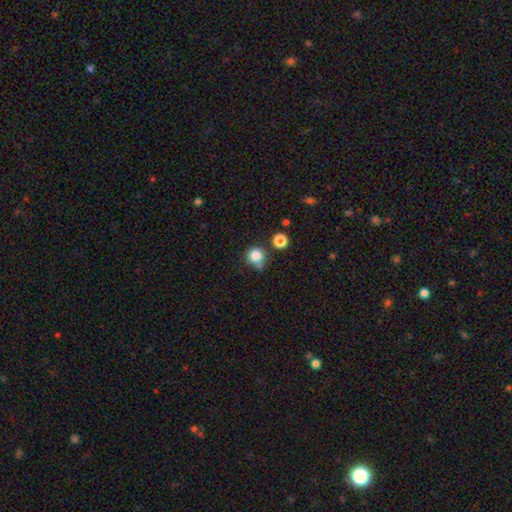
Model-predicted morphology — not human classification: Smooth or featured? smooth (82%)
How rounded? round (89%)
Merging? none (59%)